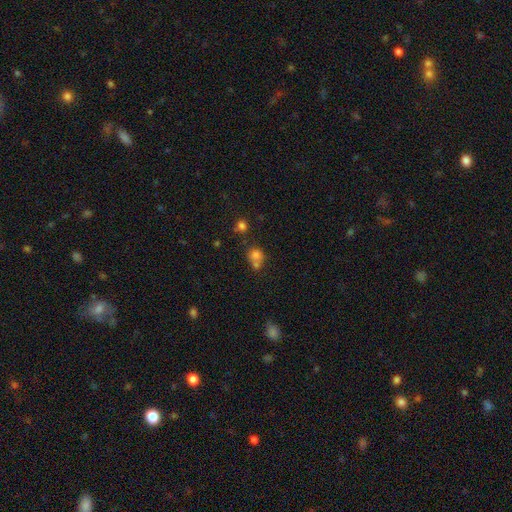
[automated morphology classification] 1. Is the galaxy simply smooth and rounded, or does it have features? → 72% smooth, 16% star or artifact, 11% featured or disk.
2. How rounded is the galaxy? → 78% round, 21% in between, 1% cigar-shaped.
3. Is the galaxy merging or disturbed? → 44% none, 41% merger, 10% minor disturbance, 5% major disturbance.